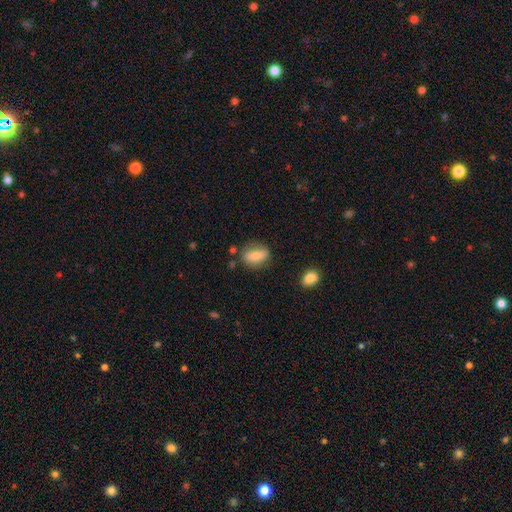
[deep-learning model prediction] This appears to be a smooth galaxy with no disk features (69%) that is in between round and cigar-shaped (75%). Merging: none (73%).